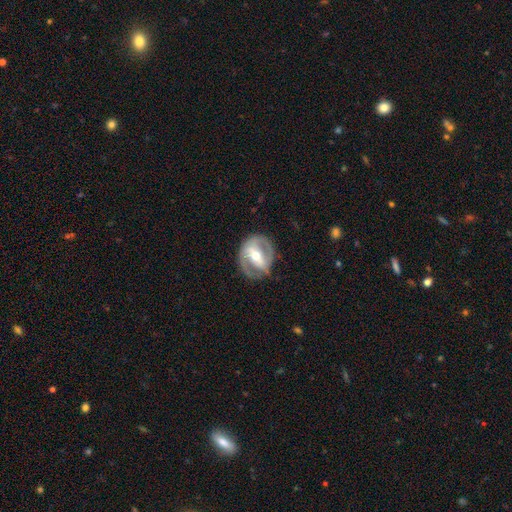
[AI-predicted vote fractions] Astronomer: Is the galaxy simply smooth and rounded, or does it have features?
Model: featured or disk — 81%.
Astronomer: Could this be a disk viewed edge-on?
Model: no — 96%.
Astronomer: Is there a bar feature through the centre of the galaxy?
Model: strong — 54% (runner-up: weak, 31%).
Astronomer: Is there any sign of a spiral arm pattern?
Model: yes — 83%.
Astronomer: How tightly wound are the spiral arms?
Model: medium — 44% (runner-up: tight, 40%).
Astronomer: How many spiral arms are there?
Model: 2 — 82%.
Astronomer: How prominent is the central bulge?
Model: moderate — 66%.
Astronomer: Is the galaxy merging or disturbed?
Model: none — 75%.